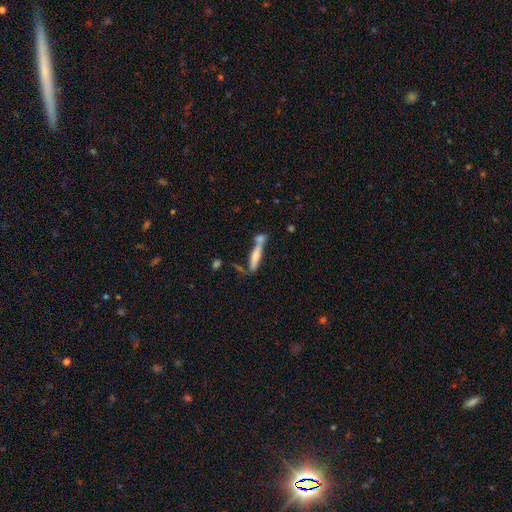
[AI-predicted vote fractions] Smooth or featured: smooth — 57% (featured or disk — 36%)
How rounded: cigar-shaped — 86% (in between — 12%)
Merging: none — 48% (merger — 33%)